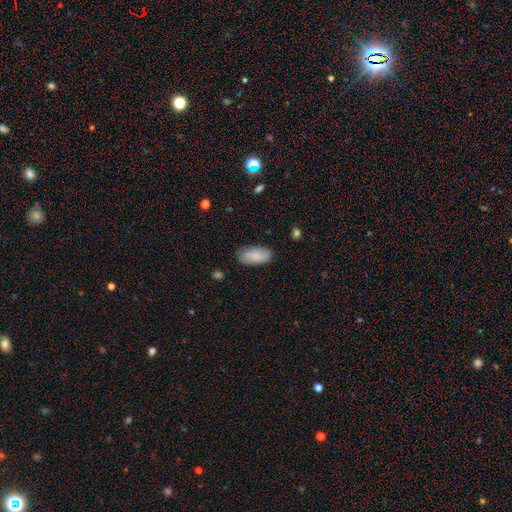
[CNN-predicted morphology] smooth-or-featured: smooth: 84% | featured or disk: 10% | star or artifact: 6%
  how-rounded: in between: 93% | cigar-shaped: 5% | round: 2%
  merging: none: 82% | minor disturbance: 14% | major disturbance: 3% | merger: 1%